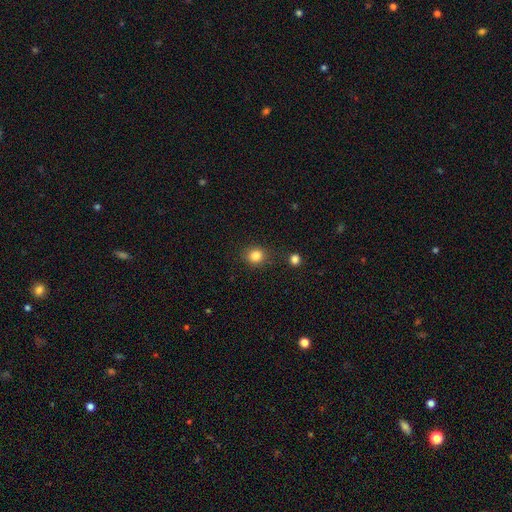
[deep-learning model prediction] smooth-or-featured: smooth: 84% | star or artifact: 12% | featured or disk: 5%
  how-rounded: round: 80% | in between: 19% | cigar-shaped: 1%
  merging: none: 85% | minor disturbance: 9% | merger: 3% | major disturbance: 3%